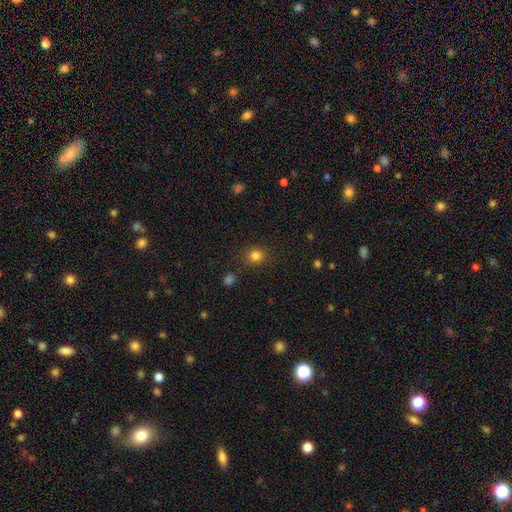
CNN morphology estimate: Overall: smooth (83%). How rounded: round (85%). Merging: none (86%).